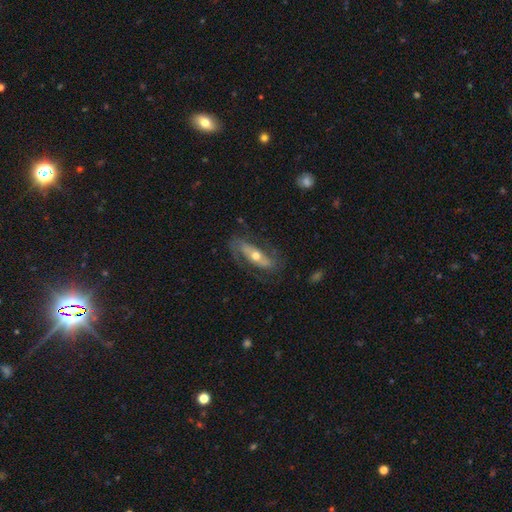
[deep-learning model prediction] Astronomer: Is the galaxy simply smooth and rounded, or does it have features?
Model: featured or disk — 71%.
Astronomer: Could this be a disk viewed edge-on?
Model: no — 78%.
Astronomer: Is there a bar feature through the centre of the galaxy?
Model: no — 44% (runner-up: strong, 33%).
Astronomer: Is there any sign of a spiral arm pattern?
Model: yes — 77%.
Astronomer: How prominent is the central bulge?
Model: moderate — 66%.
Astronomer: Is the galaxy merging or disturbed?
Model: none — 69%.